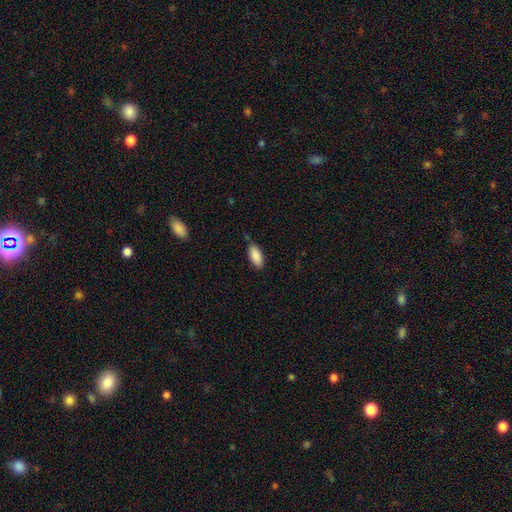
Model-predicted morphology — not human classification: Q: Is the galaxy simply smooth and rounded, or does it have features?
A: smooth — 89%.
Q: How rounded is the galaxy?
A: in between — 90%.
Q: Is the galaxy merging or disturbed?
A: none — 76%.